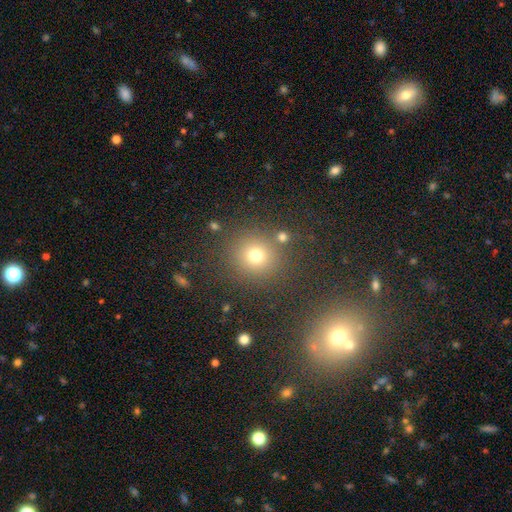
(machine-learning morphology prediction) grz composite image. It shows a smooth galaxy with no disk features (72%) that is round (90%). Merging: none (81%).